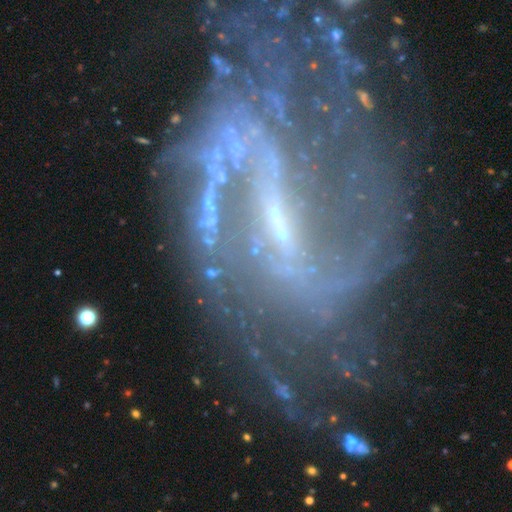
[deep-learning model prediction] The model was most divided on "spiral winding": loose: 44%, medium: 38%, tight: 18%. Remaining: edge-on disk — no (96%); spiral arms — yes (87%); smooth or featured — featured or disk (85%); bulge size — small (62%); spiral arm count — 2 (57%); bar — strong (53%); merging — none (44%).